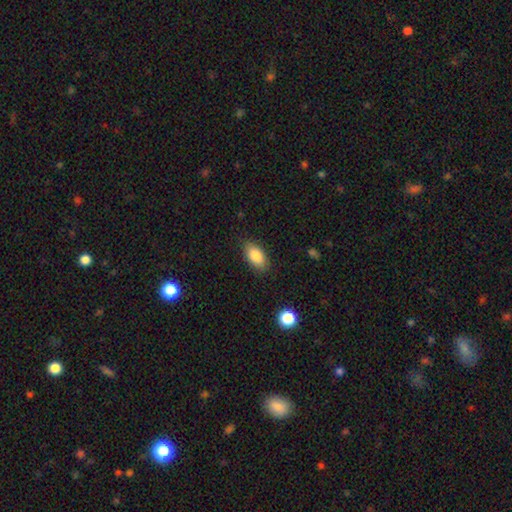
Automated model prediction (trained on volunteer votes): Morphology: type=smooth (84%); roundness=in between (91%); merging=none (85%).